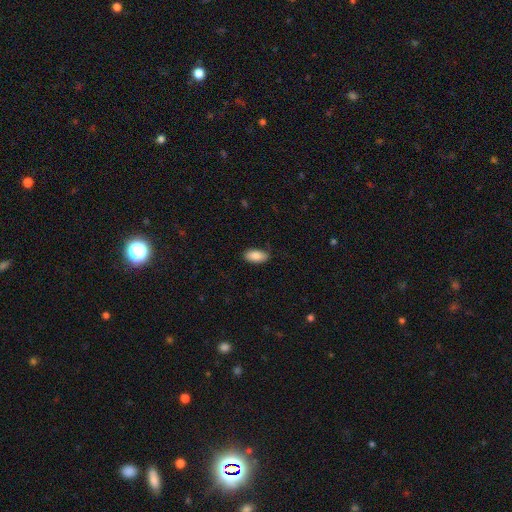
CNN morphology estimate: smooth_or_featured: smooth (p=0.87) [alt: featured or disk p=0.07]
how_rounded: in between (p=0.93) [alt: cigar-shaped p=0.05]
merging: none (p=0.84) [alt: minor disturbance p=0.13]